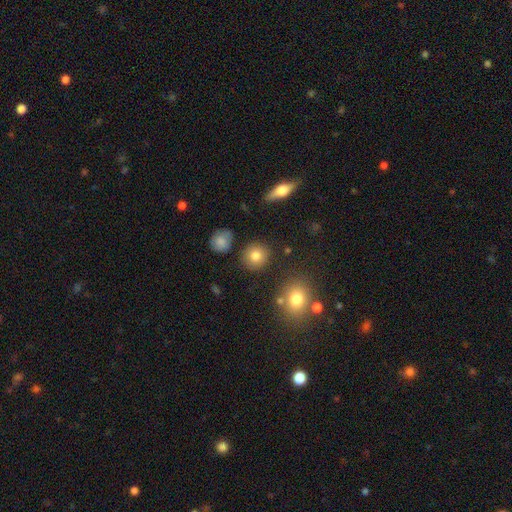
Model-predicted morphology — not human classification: The model was most divided on "smooth or featured": smooth: 81%, star or artifact: 11%, featured or disk: 8%. More confident: how rounded — round (90%); merging — none (87%).